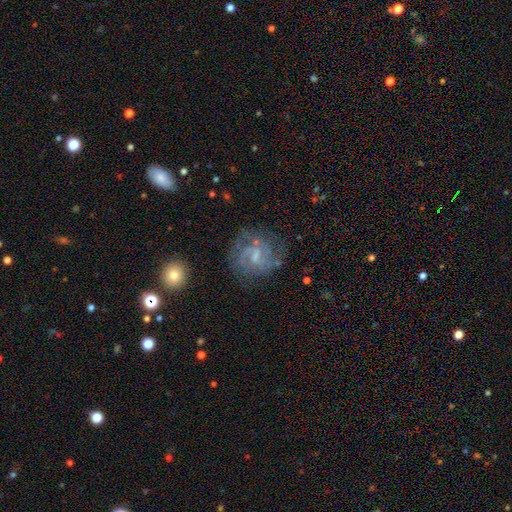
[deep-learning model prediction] Overall: featured or disk (73%). Edge-on disk: no (98%). Bar: weak (57%; no 31%). Spiral arms: yes (87%). Spiral arm count: 2 (48%; can't tell 27%). Spiral winding: medium (44%; tight 40%). Bulge size: small (49%; moderate 26%). Merging: none (67%).